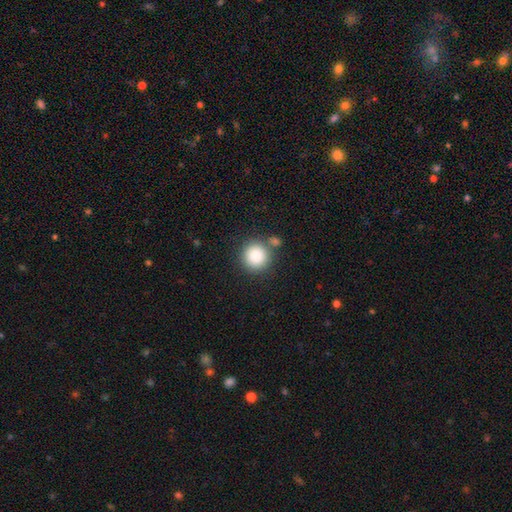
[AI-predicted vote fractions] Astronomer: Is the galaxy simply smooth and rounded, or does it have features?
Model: smooth — 87%.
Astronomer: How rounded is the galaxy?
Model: round — 93%.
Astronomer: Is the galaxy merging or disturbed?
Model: none — 74%.